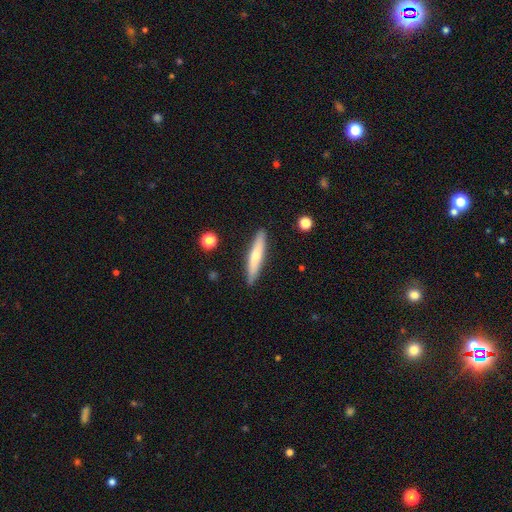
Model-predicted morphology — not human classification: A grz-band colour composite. It shows a smooth galaxy with no disk features (53%) that is cigar-shaped (89%). Merging: none (89%).